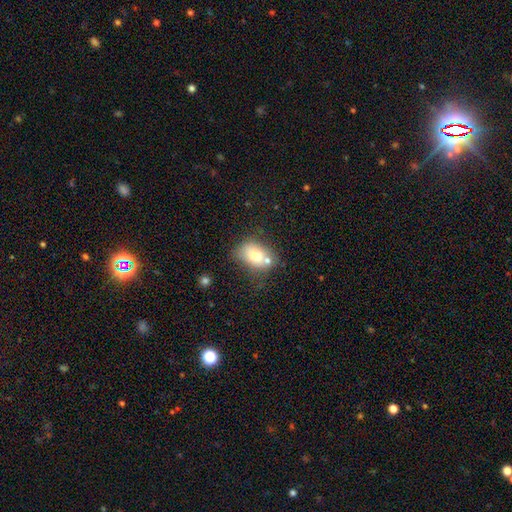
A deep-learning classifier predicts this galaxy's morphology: Smooth or featured?
  - smooth: 72% *
  - featured or disk: 19%
  - star or artifact: 9%
How rounded?
  - in between: 78% *
  - round: 21%
  - cigar-shaped: 1%
Merging?
  - none: 46% *
  - merger: 27%
  - minor disturbance: 20%
  - major disturbance: 7%